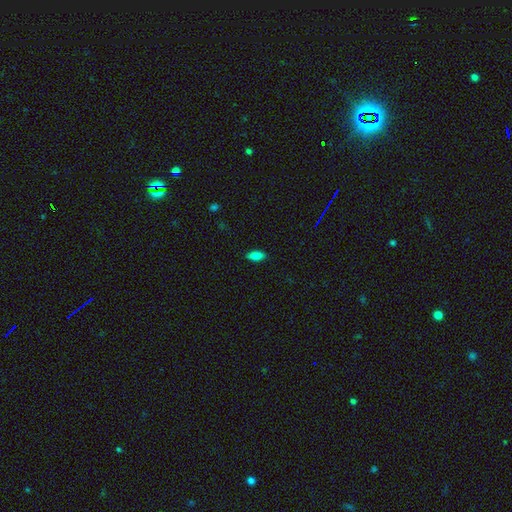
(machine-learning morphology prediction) This is clearly a smooth galaxy (81%). How rounded: clearly in between (85%). Merging: clearly none (87%).